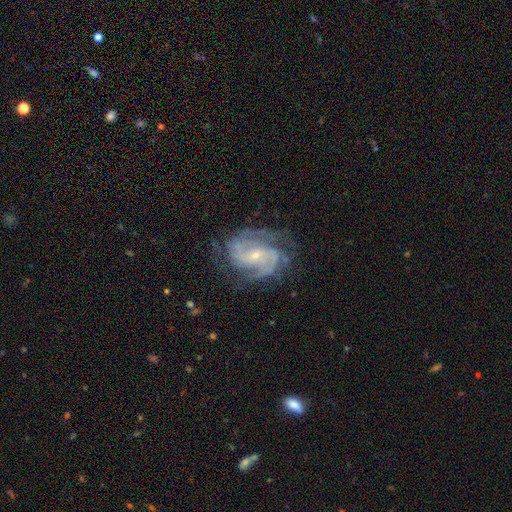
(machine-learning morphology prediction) Smooth or featured?
  - featured or disk: 88% *
  - smooth: 6%
  - star or artifact: 6%
Edge-on disk?
  - no: 97% *
  - yes: 3%
Bar?
  - no: 44% *
  - weak: 41%
  - strong: 15%
Spiral arms?
  - yes: 97% *
  - no: 3%
Spiral winding?
  - medium: 45% *
  - tight: 44%
  - loose: 11%
Spiral arm count?
  - 2: 51% *
  - 3: 20%
  - can't tell: 15%
  - 4: 6%
  - 1: 4%
  - more than 4: 4%
Bulge size?
  - small: 75% *
  - moderate: 20%
  - none: 3%
  - large: 1%
  - dominant: 1%
Merging?
  - none: 71% *
  - minor disturbance: 18%
  - major disturbance: 10%
  - merger: 1%